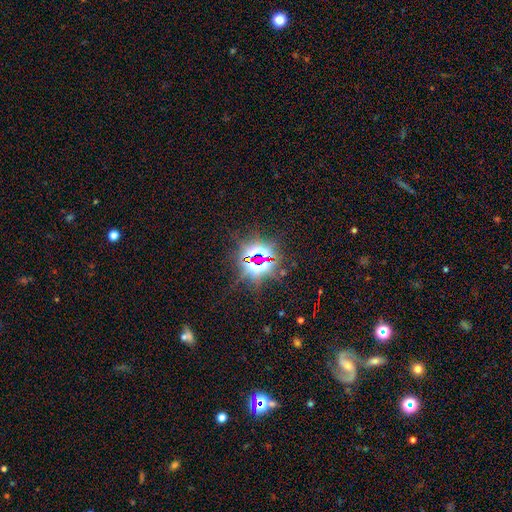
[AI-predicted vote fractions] Smooth or featured?
  - star or artifact: 82% *
  - smooth: 10%
  - featured or disk: 8%